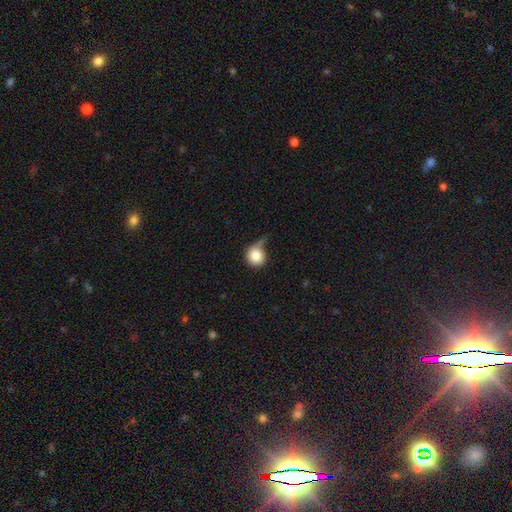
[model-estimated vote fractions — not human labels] Smooth or featured: smooth — 82% (featured or disk — 9%)
How rounded: round — 88% (in between — 11%)
Merging: none — 36% (minor disturbance — 34%)